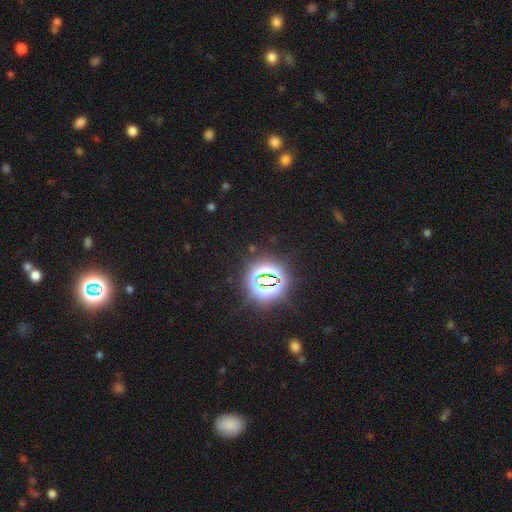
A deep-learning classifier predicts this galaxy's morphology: A star or artifact, not a galaxy (81%).